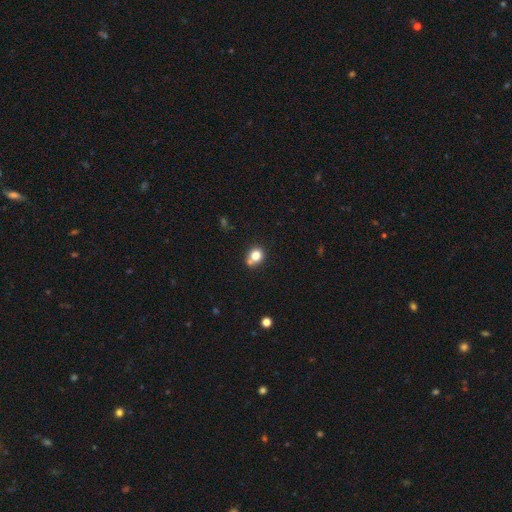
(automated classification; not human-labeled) Smooth or featured? smooth (78%)
How rounded? round (73%)
Merging? none (55%)